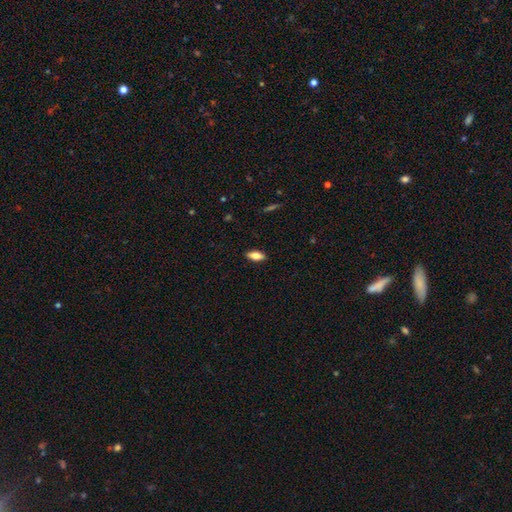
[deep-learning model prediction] smooth-or-featured: smooth: 75% | featured or disk: 17% | star or artifact: 7%
  how-rounded: in between: 82% | cigar-shaped: 15% | round: 3%
  merging: none: 89% | minor disturbance: 8% | major disturbance: 2% | merger: 1%